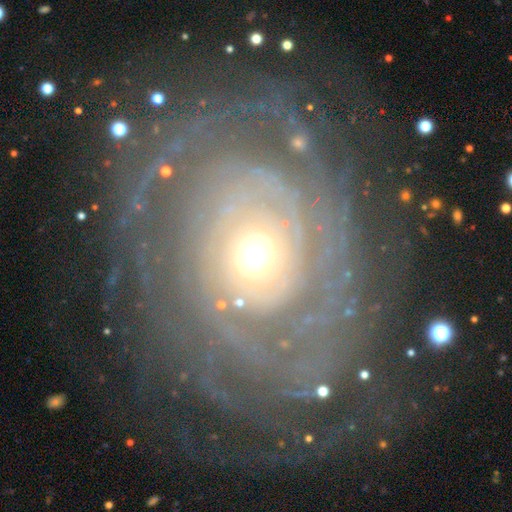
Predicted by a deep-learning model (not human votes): Overall: featured or disk (86%). Edge-on disk: no (96%). Bar: no (82%). Spiral arms: yes (88%). Spiral arm count: can't tell (38%; 2 17%). Spiral winding: tight (75%). Bulge size: moderate (58%; small 31%). Merging: none (70%).